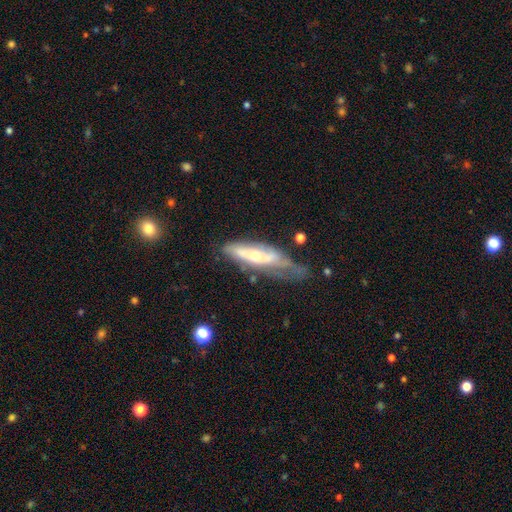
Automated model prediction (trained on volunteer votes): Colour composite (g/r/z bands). It shows a featured or disk galaxy (65%). Merging: none (34%).